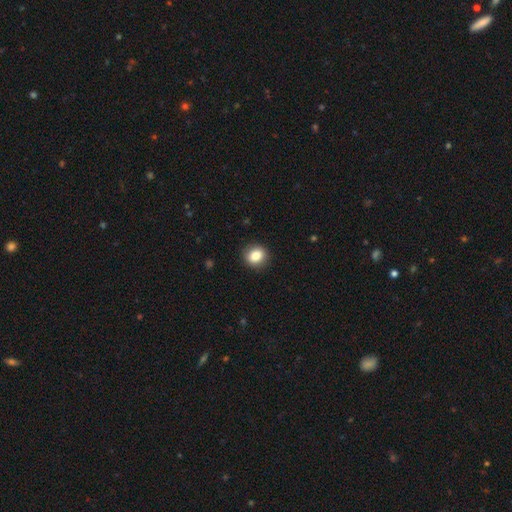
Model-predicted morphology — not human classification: smooth_or_featured: smooth (p=0.84) [alt: star or artifact p=0.10]
how_rounded: round (p=0.77) [alt: in between p=0.22]
merging: none (p=0.90) [alt: minor disturbance p=0.07]